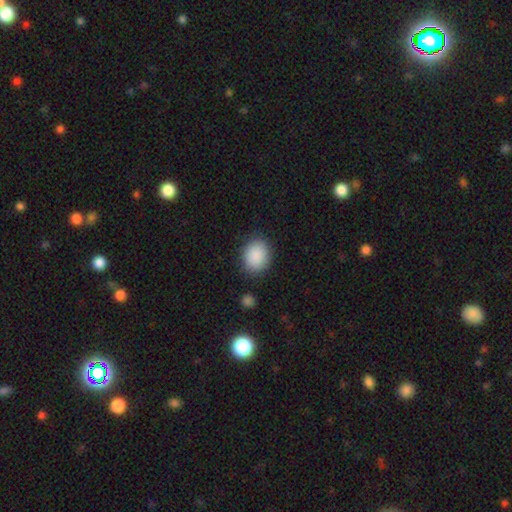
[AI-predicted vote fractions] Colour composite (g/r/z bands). It shows a smooth galaxy with no disk features (89%) that is round (54%). Merging: none (86%).